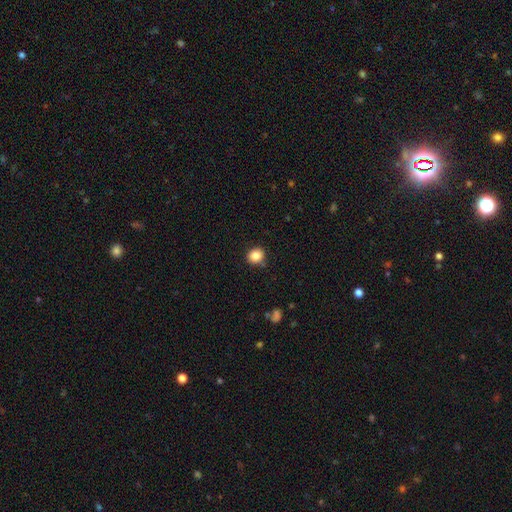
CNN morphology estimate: smooth_or_featured: smooth (p=0.85) [alt: star or artifact p=0.10]
how_rounded: round (p=0.77) [alt: in between p=0.22]
merging: none (p=0.87) [alt: minor disturbance p=0.09]